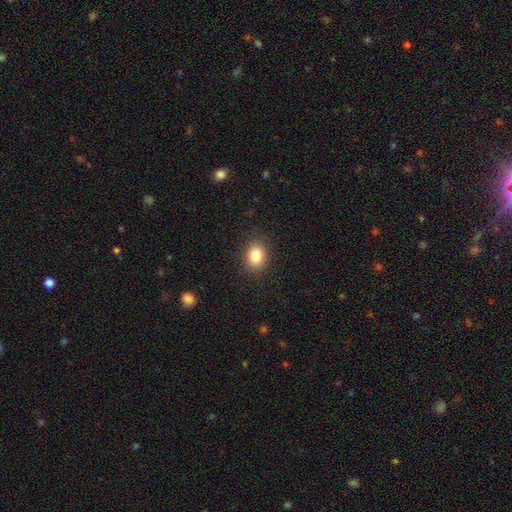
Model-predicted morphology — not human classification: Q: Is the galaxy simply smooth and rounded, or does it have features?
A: smooth — 84%.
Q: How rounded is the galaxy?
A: in between — 57%.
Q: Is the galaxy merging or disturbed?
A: none — 88%.